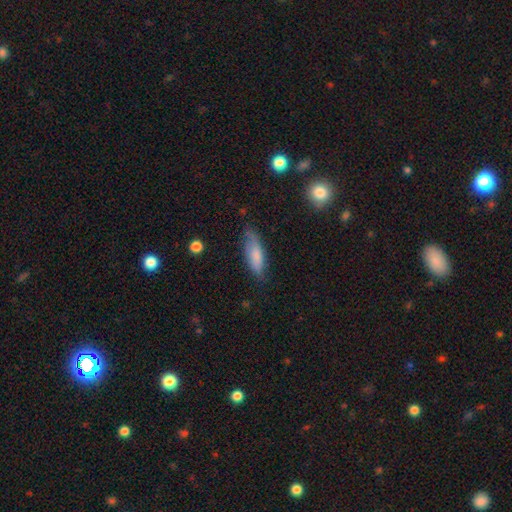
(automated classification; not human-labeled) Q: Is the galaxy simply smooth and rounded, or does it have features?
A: smooth — 76%.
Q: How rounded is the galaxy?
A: in between — 57%.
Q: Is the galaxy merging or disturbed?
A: none — 66%.